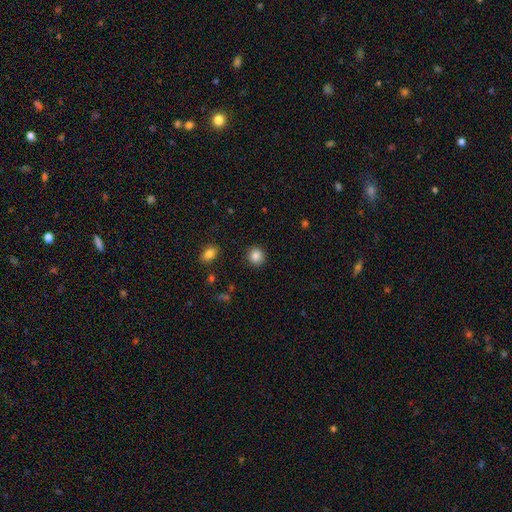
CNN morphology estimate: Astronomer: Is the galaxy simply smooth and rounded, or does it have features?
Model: smooth — 86%.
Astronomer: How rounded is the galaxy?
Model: round — 88%.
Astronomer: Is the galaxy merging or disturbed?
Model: none — 91%.